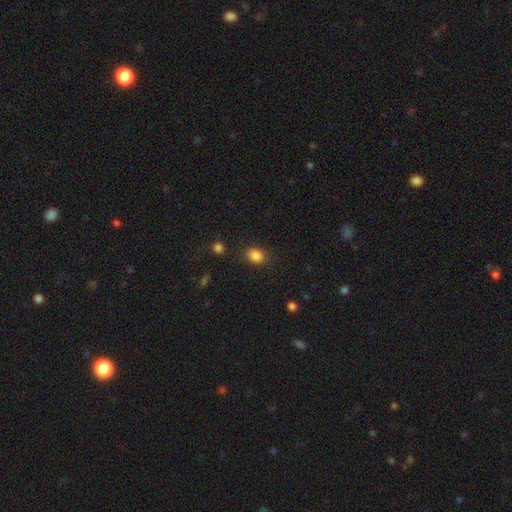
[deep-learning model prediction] Smooth or featured? Predicted: smooth (p=0.85). How rounded? Predicted: in between (p=0.62). Merging? Predicted: none (p=0.82).